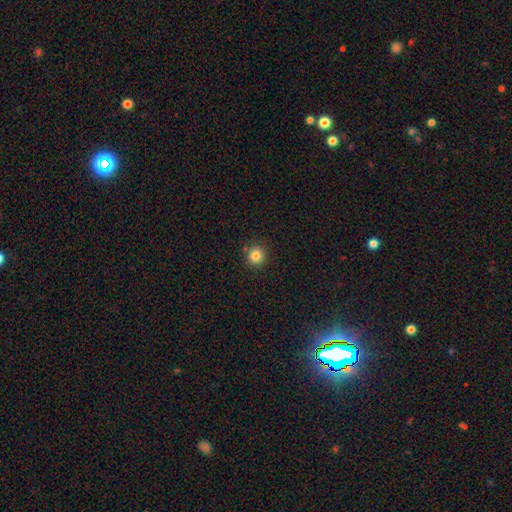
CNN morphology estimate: Smooth or featured? smooth (83%)
How rounded? round (93%)
Merging? none (89%)